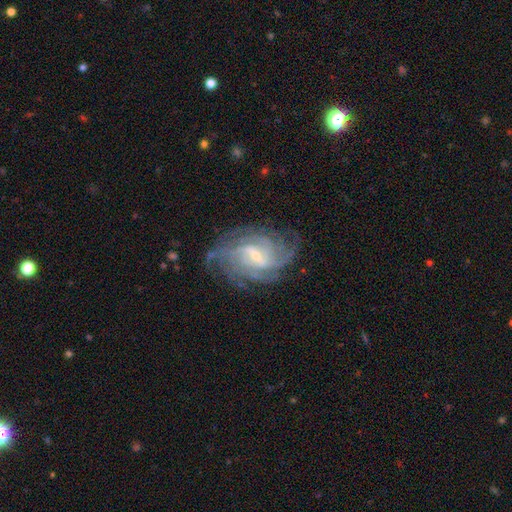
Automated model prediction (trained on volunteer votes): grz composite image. It shows a featured or disk galaxy (88%) with a weak bar (57%), tight (59%) spiral arms (97%) and a small central bulge (67%). Merging: none (73%).